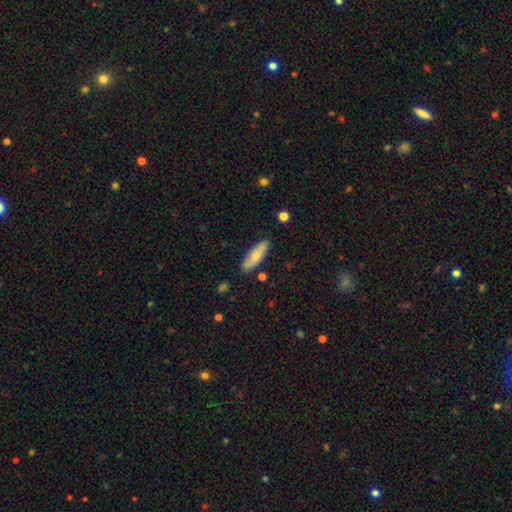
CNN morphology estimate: This is likely a smooth galaxy (74%). How rounded: possibly in between (55%). Merging: clearly none (85%).